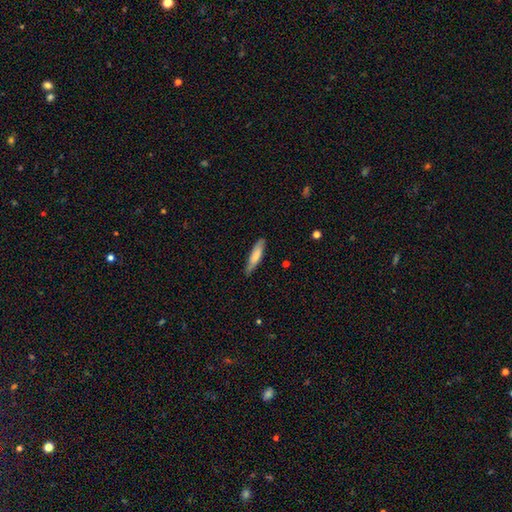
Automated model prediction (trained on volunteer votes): Q: Smooth or featured?
A: smooth (72%); runner-up: featured or disk (23%)
Q: How rounded?
A: cigar-shaped (79%); runner-up: in between (19%)
Q: Merging?
A: none (80%); runner-up: minor disturbance (16%)